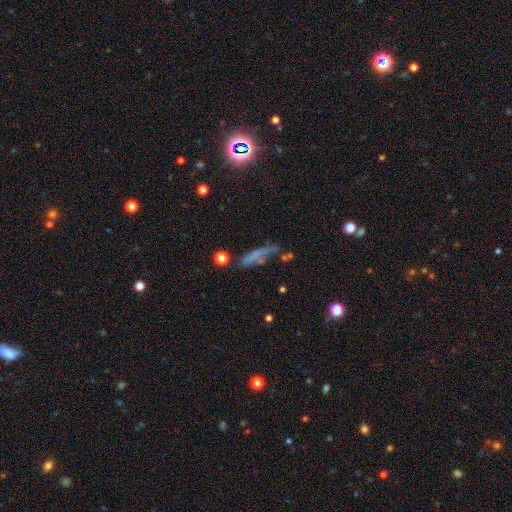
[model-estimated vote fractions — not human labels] Smooth or featured? Predicted: smooth (p=0.47). Merging? Predicted: none (p=0.40).